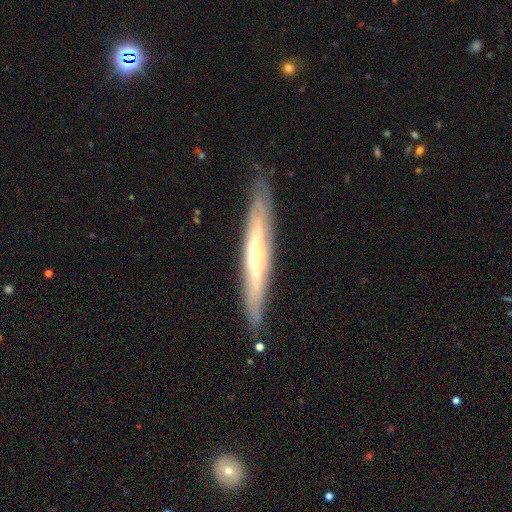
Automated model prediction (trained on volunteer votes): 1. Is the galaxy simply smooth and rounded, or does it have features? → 73% featured or disk, 21% smooth, 6% star or artifact.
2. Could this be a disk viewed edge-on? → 75% yes, 25% no.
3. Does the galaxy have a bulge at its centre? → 59% rounded, 37% none, 4% boxy.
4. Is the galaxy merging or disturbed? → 83% none, 13% minor disturbance, 3% major disturbance, 1% merger.